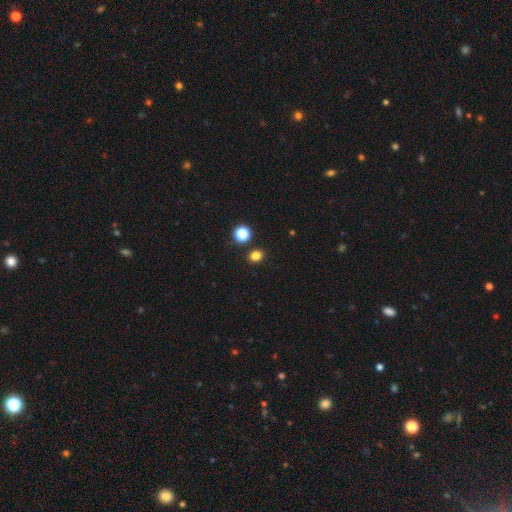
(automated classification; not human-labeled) smooth-or-featured: smooth: 80% | star or artifact: 16% | featured or disk: 4%
  how-rounded: round: 62% | in between: 37% | cigar-shaped: 1%
  merging: none: 86% | minor disturbance: 7% | merger: 5% | major disturbance: 2%